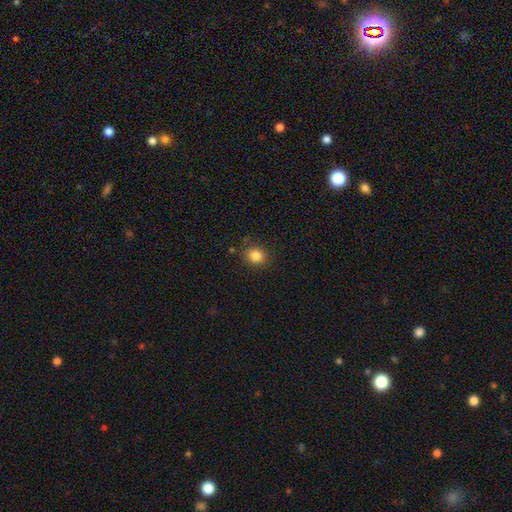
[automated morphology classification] The model was most divided on "how rounded": round: 78%, in between: 21%, cigar-shaped: 1%. More confident: merging — none (84%); smooth or featured — smooth (83%).